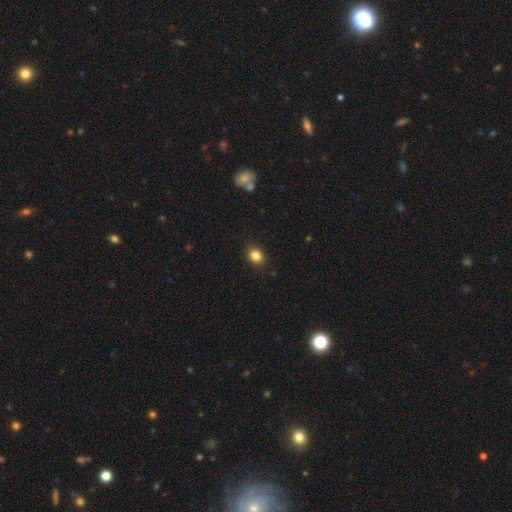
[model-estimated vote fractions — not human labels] A smooth galaxy with no disk features (84%) that is in between round and cigar-shaped (52%). Merging: none (88%).